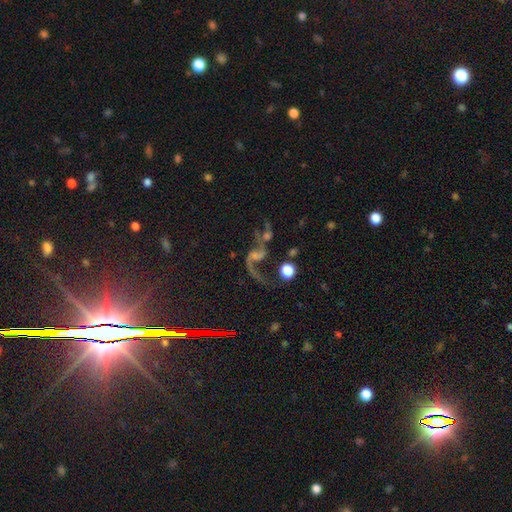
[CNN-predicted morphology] type=featured or disk (68%); edge-on=no (96%); bar=no (57%); spiral arms=yes (84%); winding=loose (85%); arm count=2 (66%); bulge=none (38%); merging=none (37%).